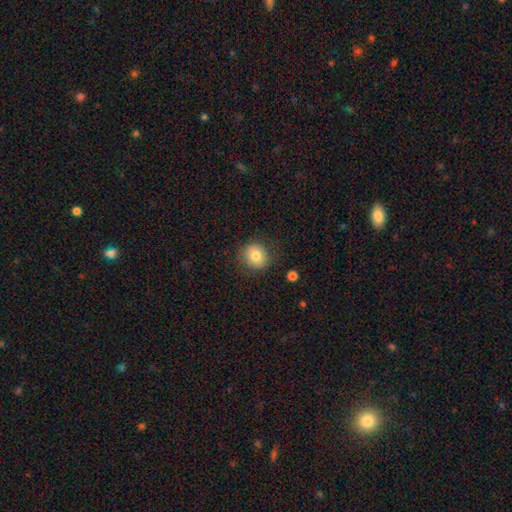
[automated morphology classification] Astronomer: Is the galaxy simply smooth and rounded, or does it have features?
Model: smooth — 79%.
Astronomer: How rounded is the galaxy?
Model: round — 86%.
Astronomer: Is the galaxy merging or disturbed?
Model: none — 85%.